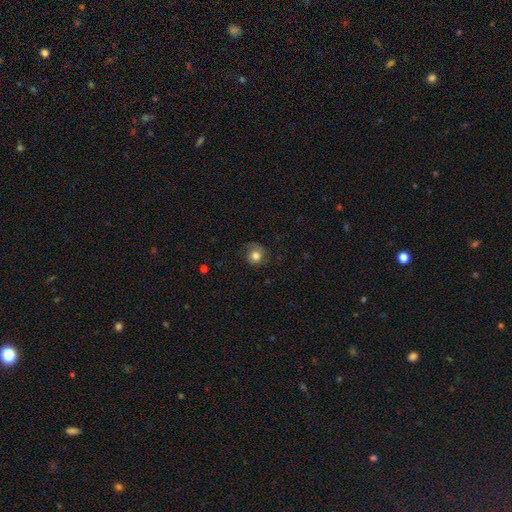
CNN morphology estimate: smooth-or-featured: smooth: 73% | featured or disk: 17% | star or artifact: 10%
  how-rounded: round: 85% | in between: 14% | cigar-shaped: 1%
  merging: none: 63% | minor disturbance: 22% | major disturbance: 13% | merger: 1%